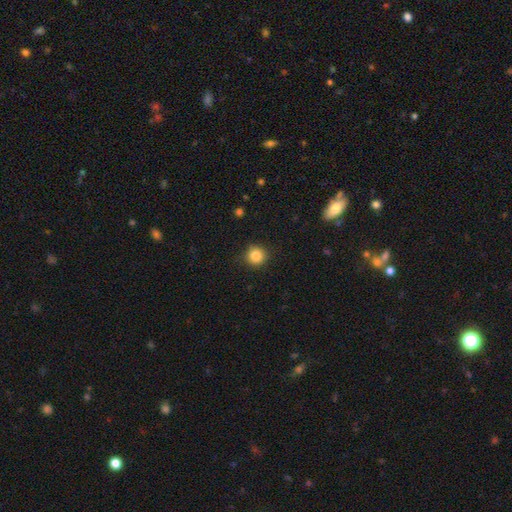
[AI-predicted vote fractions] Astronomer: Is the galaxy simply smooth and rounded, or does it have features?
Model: smooth — 84%.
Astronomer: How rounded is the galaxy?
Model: round — 93%.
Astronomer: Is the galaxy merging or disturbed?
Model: none — 88%.